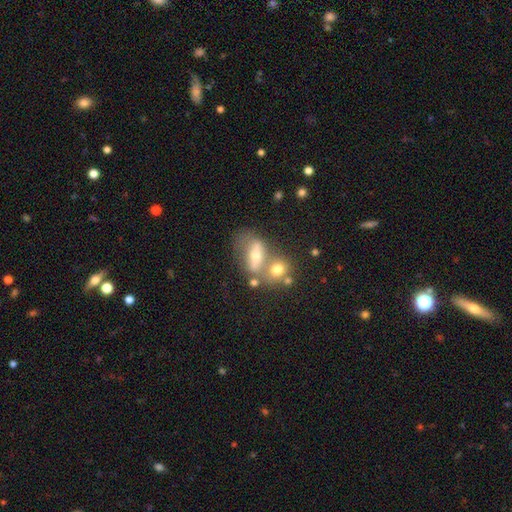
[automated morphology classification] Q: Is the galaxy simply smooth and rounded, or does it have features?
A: smooth — 50%.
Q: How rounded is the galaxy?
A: in between — 68%.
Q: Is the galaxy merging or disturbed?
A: merger — 42%.